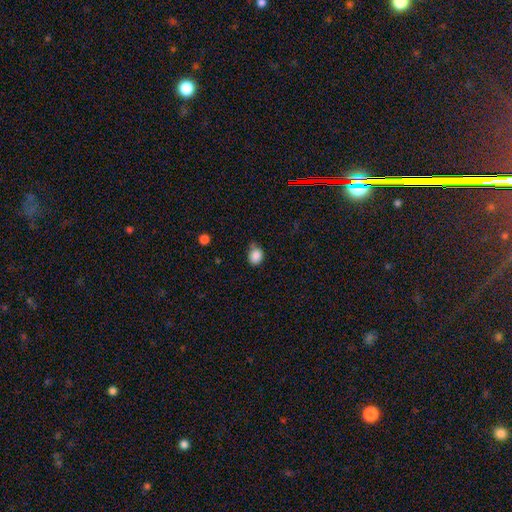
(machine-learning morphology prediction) smooth-or-featured: smooth: 86% | star or artifact: 10% | featured or disk: 4%
  how-rounded: round: 57% | in between: 42% | cigar-shaped: 1%
  merging: none: 59% | minor disturbance: 30% | merger: 6% | major disturbance: 6%